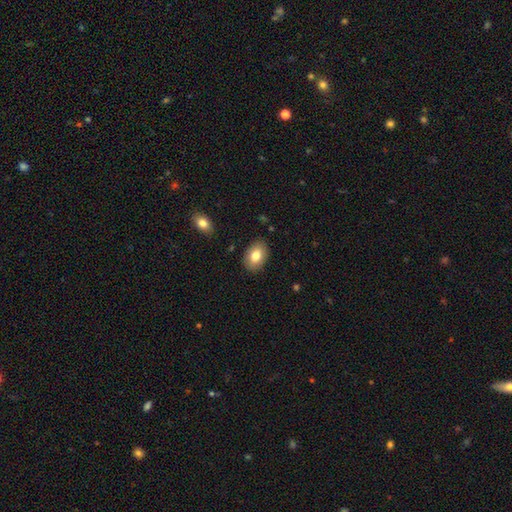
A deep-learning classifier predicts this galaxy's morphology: The model was most divided on "smooth or featured": smooth: 80%, featured or disk: 13%, star or artifact: 7%. More confident: how rounded — in between (88%); merging — none (87%).